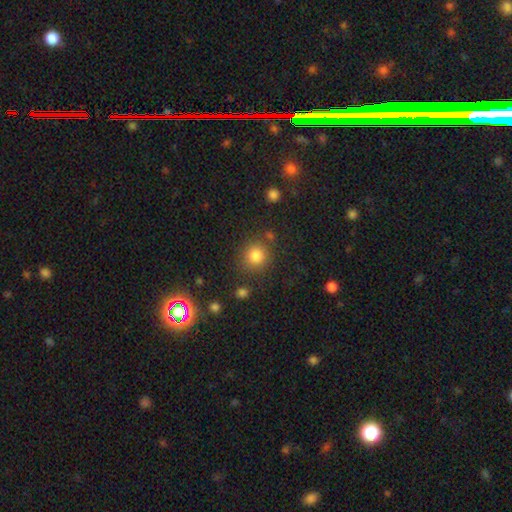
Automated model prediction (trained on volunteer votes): This is clearly a smooth galaxy (82%). How rounded: clearly round (89%). Merging: clearly none (81%).